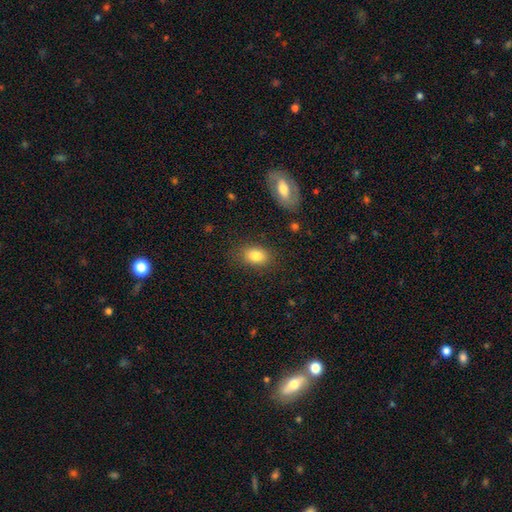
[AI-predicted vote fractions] Smooth or featured?
  - smooth: 82% *
  - star or artifact: 9%
  - featured or disk: 9%
How rounded?
  - in between: 81% *
  - round: 18%
  - cigar-shaped: 2%
Merging?
  - none: 81% *
  - minor disturbance: 13%
  - major disturbance: 4%
  - merger: 2%